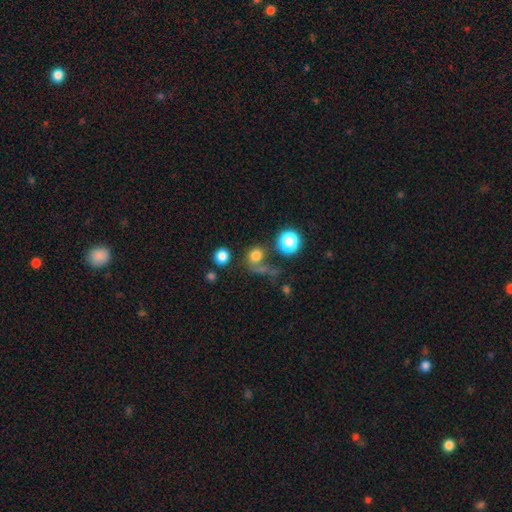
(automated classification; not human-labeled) The model was most divided on "merging": none: 50%, merger: 22%, major disturbance: 15%, minor disturbance: 13%. More confident: how rounded — round (75%); smooth or featured — smooth (75%).